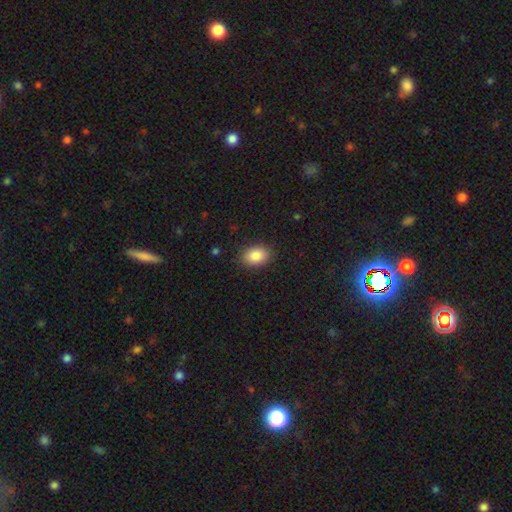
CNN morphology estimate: type=smooth (86%); roundness=in between (78%); merging=none (88%).